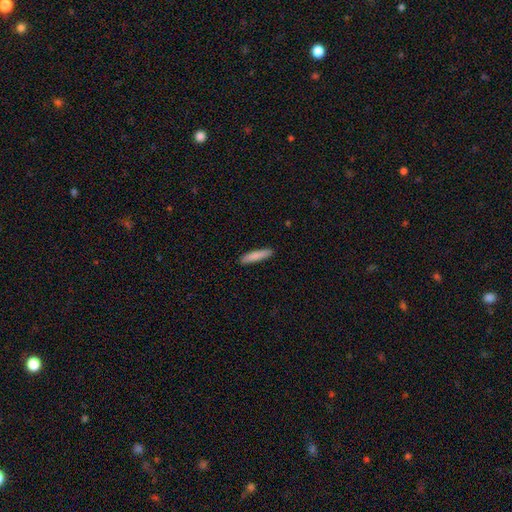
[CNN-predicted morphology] Smooth or featured?
  - smooth: 85% *
  - featured or disk: 10%
  - star or artifact: 6%
How rounded?
  - cigar-shaped: 86% *
  - in between: 12%
  - round: 1%
Merging?
  - none: 90% *
  - minor disturbance: 7%
  - major disturbance: 2%
  - merger: 1%